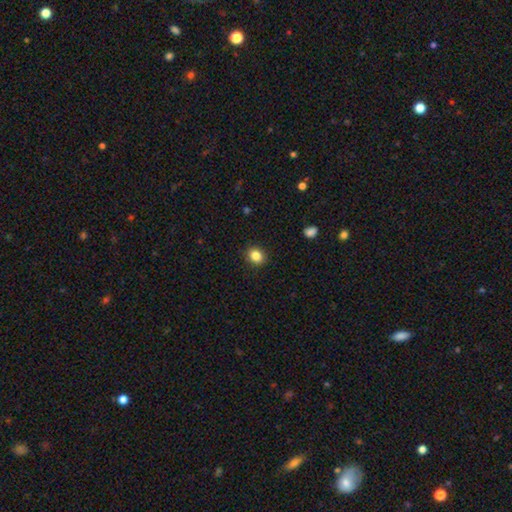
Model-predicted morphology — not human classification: A smooth galaxy with no disk features (85%) that is round (58%).

Vote fractions:
- Smooth or featured? smooth: 85% / star or artifact: 10% / featured or disk: 5%
- How rounded? round: 58% / in between: 41% / cigar-shaped: 1%
- Merging? none: 90% / minor disturbance: 7% / major disturbance: 2% / merger: 1%